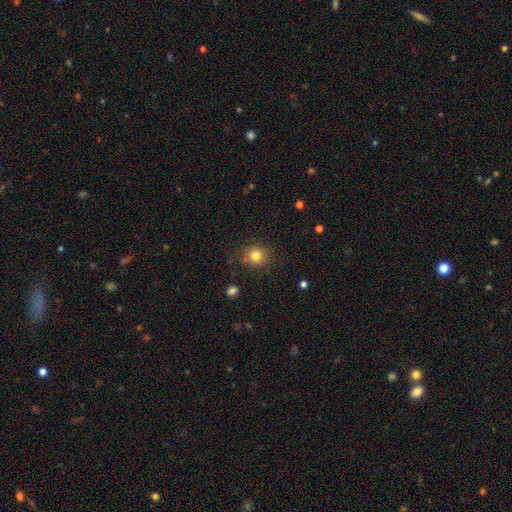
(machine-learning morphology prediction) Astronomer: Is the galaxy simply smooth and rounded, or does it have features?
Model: smooth — 81%.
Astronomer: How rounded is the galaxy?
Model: round — 89%.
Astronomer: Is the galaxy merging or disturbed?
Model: none — 86%.